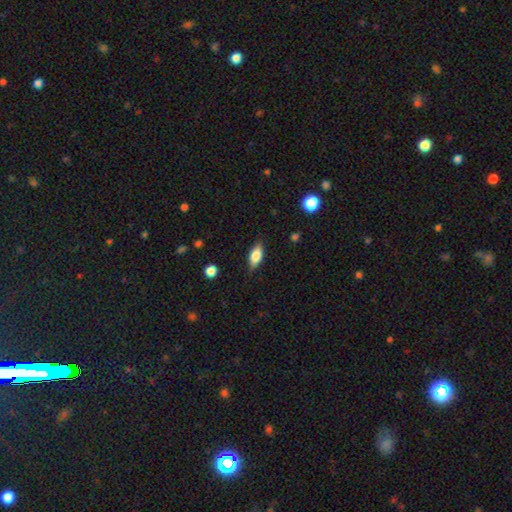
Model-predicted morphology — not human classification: Q: Smooth or featured?
A: smooth (76%); runner-up: featured or disk (17%)
Q: How rounded?
A: in between (83%); runner-up: cigar-shaped (13%)
Q: Merging?
A: none (82%); runner-up: minor disturbance (14%)